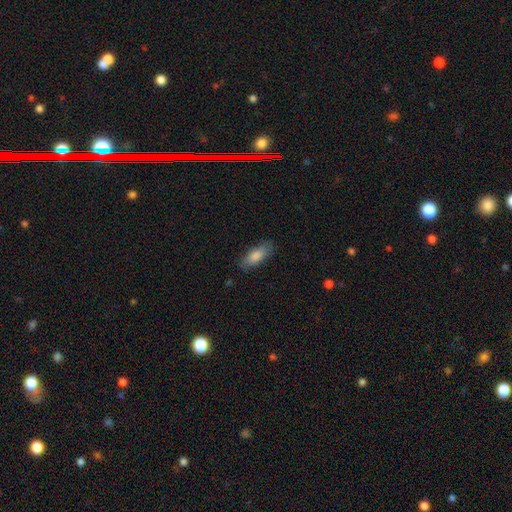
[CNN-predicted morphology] type=smooth (78%); roundness=in between (72%); merging=none (82%).